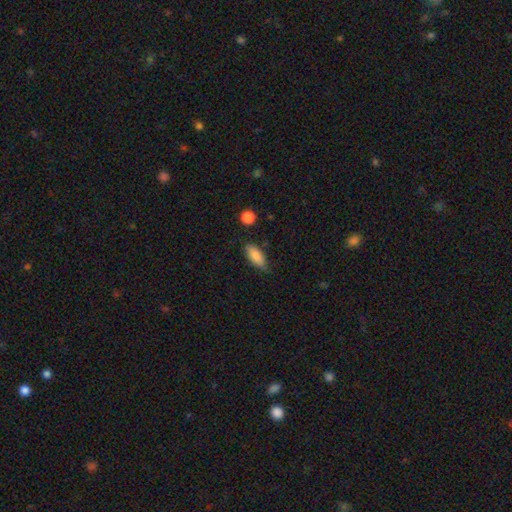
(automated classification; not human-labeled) A smooth galaxy with no disk features (86%) that is in between round and cigar-shaped (83%). Merging: none (75%).